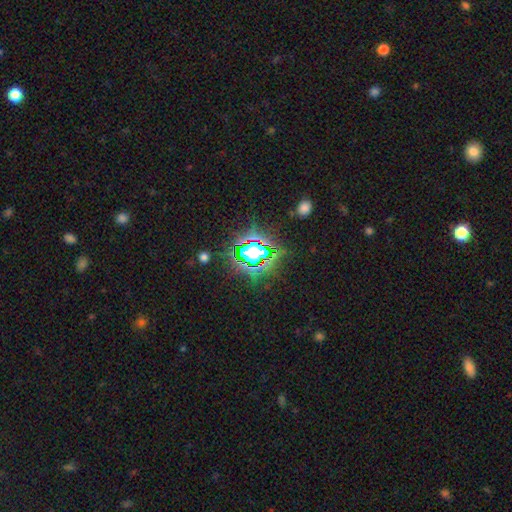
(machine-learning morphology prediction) The model was most divided on "smooth or featured": star or artifact: 73%, smooth: 16%, featured or disk: 11%.